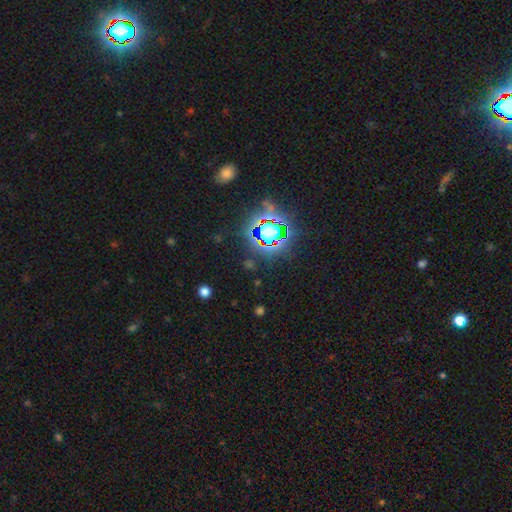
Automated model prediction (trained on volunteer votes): This is clearly a star or artifact rather than a galaxy (82%).